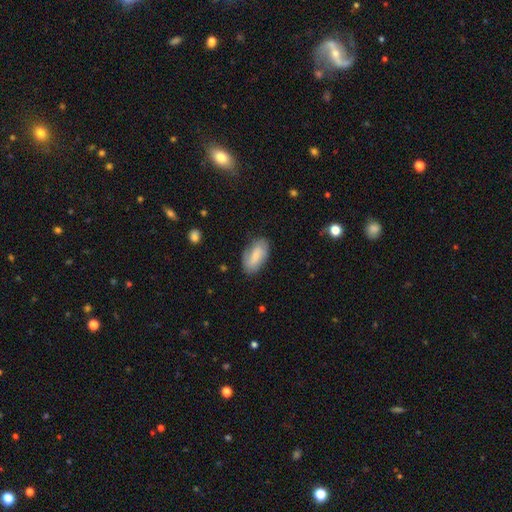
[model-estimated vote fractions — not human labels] Q: Smooth or featured?
A: smooth (69%); runner-up: featured or disk (24%)
Q: How rounded?
A: in between (92%); runner-up: cigar-shaped (5%)
Q: Merging?
A: none (73%); runner-up: minor disturbance (20%)